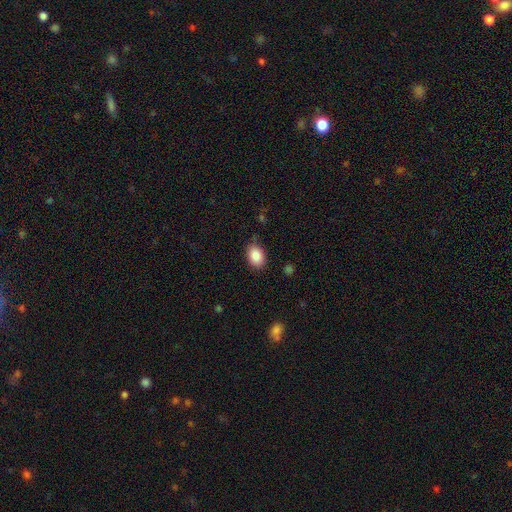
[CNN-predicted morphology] A smooth galaxy with no disk features (86%) that is in between round and cigar-shaped (77%). Merging: none (80%).